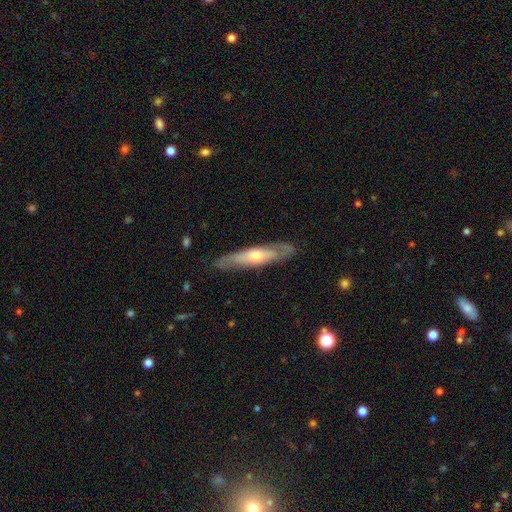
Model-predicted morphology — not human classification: Overall: featured or disk (61%; smooth 34%). Edge-on disk: yes (57%; no 43%). Merging: none (81%).